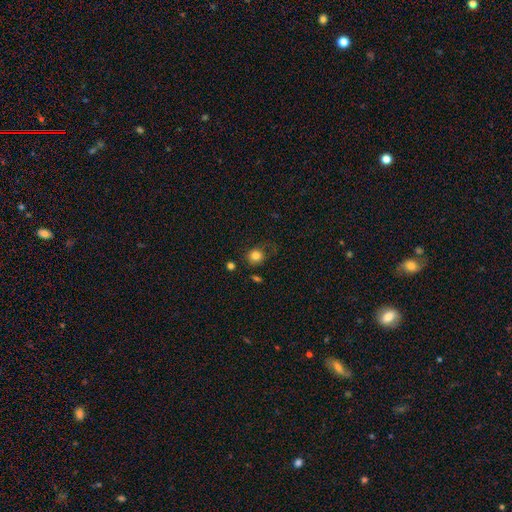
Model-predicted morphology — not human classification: This is clearly a smooth galaxy (81%). How rounded: likely round (79%). Merging: likely none (66%).